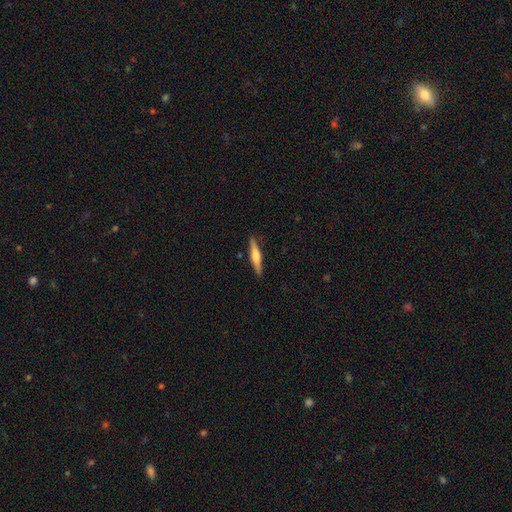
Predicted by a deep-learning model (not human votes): A featured or disk galaxy (50%). Merging: none (89%).